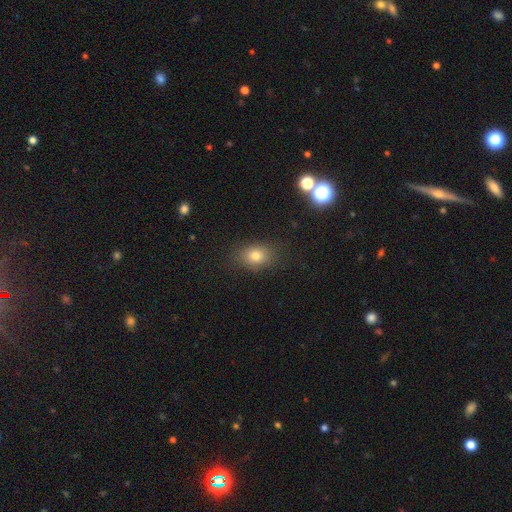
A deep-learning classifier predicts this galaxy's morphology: smooth-or-featured: smooth: 78% | star or artifact: 13% | featured or disk: 9%
  how-rounded: in between: 60% | round: 39% | cigar-shaped: 1%
  merging: none: 82% | minor disturbance: 12% | major disturbance: 4% | merger: 1%